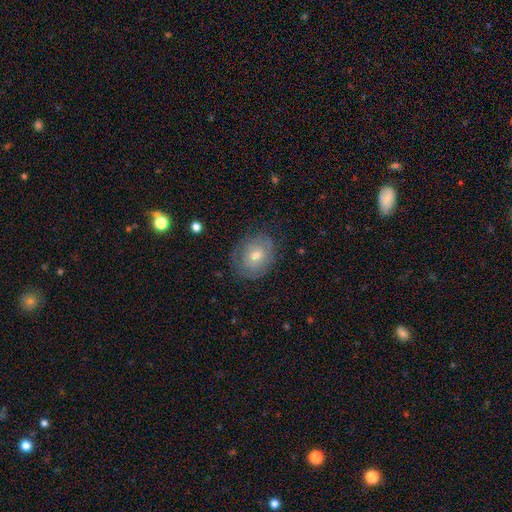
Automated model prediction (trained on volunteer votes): Q: Smooth or featured?
A: featured or disk (47%); runner-up: smooth (44%)
Q: Merging?
A: none (72%); runner-up: minor disturbance (19%)